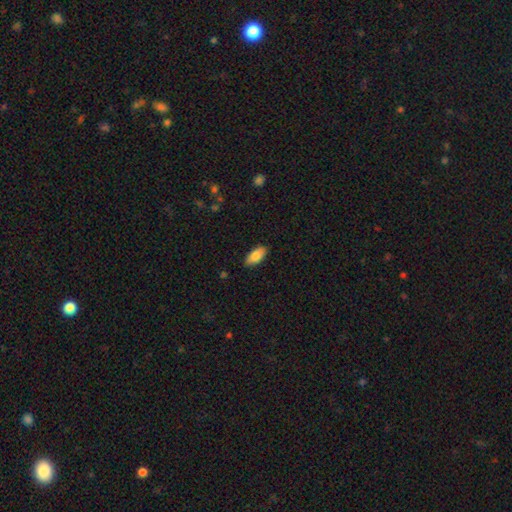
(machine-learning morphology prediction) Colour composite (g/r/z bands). It shows a smooth galaxy with no disk features (84%) that is in between round and cigar-shaped (90%). Merging: none (88%).